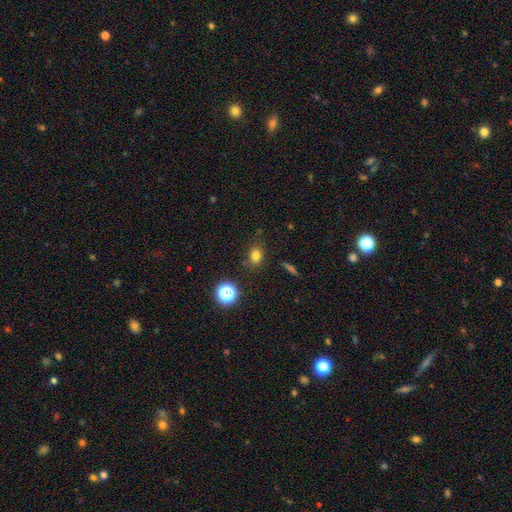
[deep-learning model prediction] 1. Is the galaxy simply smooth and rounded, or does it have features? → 75% smooth, 17% star or artifact, 7% featured or disk.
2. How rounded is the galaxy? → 51% in between, 47% round, 2% cigar-shaped.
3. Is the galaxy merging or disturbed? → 79% none, 13% minor disturbance, 4% merger, 4% major disturbance.